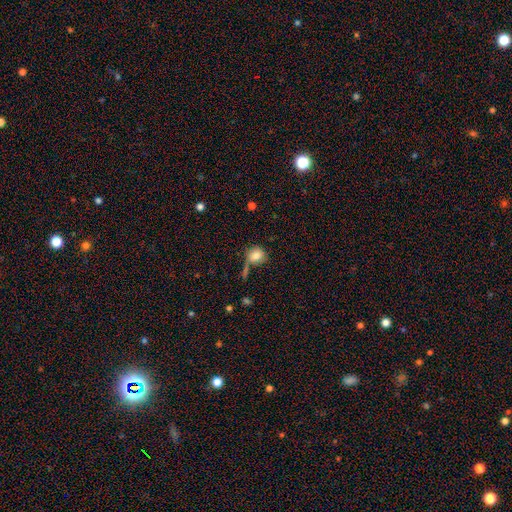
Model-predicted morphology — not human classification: type=smooth (82%); roundness=round (75%); merging=none (55%).